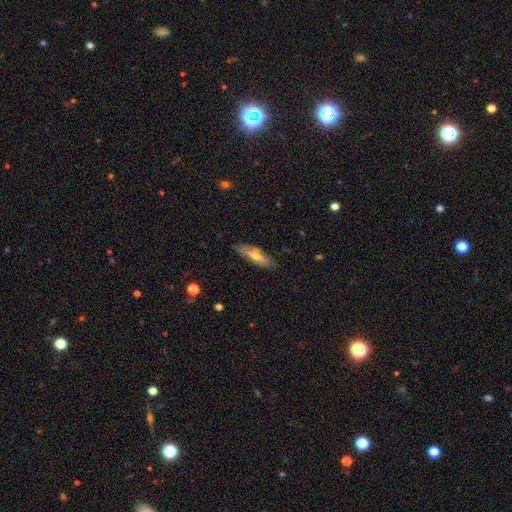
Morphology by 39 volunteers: This is possibly a featured or disk galaxy (49%). It is likely viewed edge-on (63%). Edge-on bulge: clearly rounded (92%). Merging: likely none (73%).